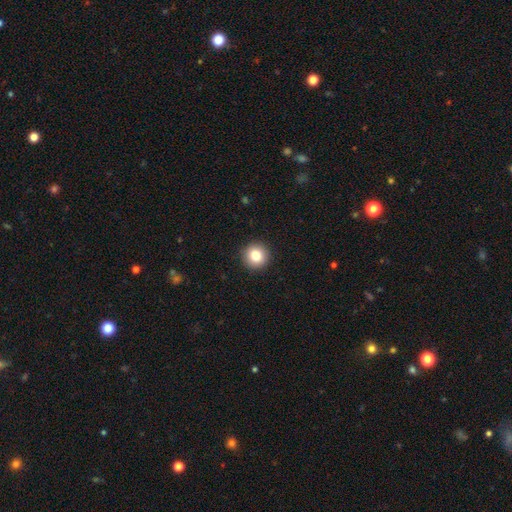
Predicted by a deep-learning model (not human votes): smooth_or_featured: smooth (p=0.83) [alt: star or artifact p=0.10]
how_rounded: round (p=0.95) [alt: in between p=0.04]
merging: none (p=0.93) [alt: minor disturbance p=0.05]